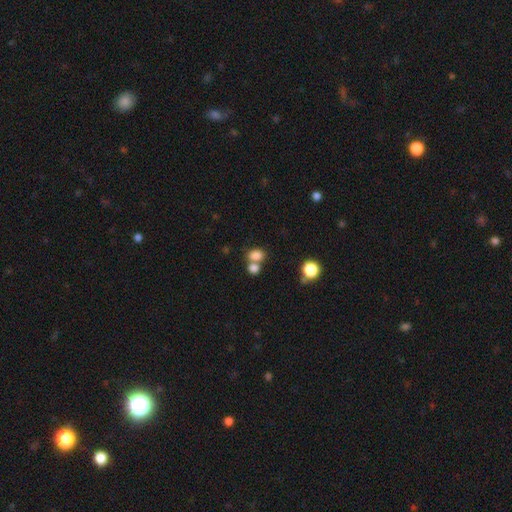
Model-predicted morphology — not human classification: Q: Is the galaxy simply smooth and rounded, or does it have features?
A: smooth — 80%.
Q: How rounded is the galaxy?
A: in between — 61%.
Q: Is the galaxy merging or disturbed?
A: merger — 47%.